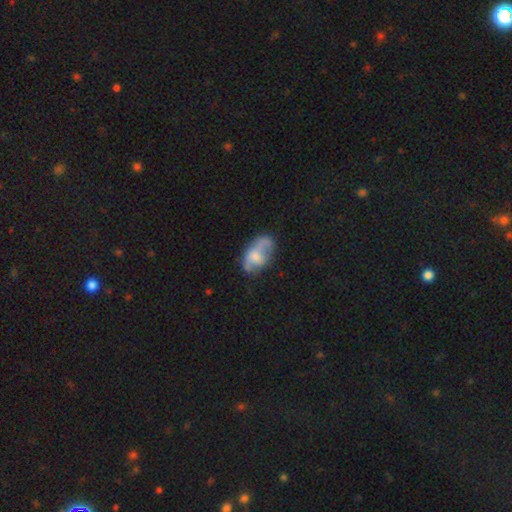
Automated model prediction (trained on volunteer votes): Smooth or featured?
  - smooth: 49% *
  - featured or disk: 42%
  - star or artifact: 8%
Merging?
  - none: 38% *
  - minor disturbance: 29%
  - major disturbance: 23%
  - merger: 10%